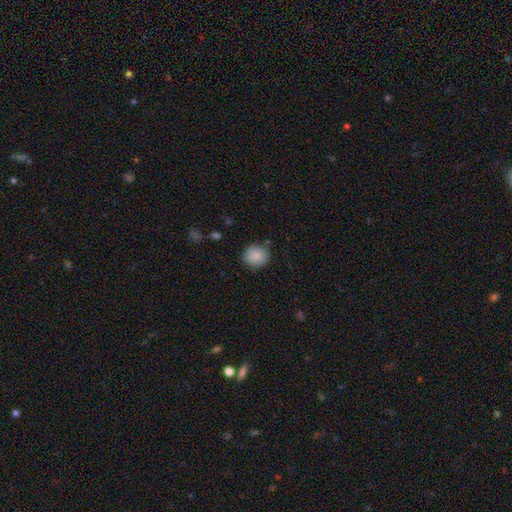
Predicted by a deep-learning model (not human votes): Overall: smooth (88%). How rounded: round (84%). Merging: none (83%).